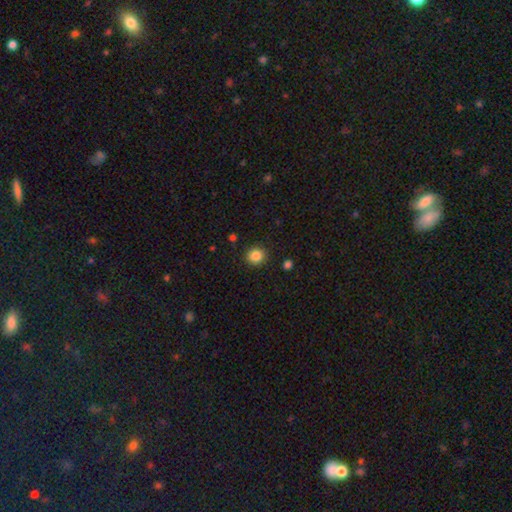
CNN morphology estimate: Q: Smooth or featured?
A: smooth (86%); runner-up: star or artifact (10%)
Q: How rounded?
A: round (88%); runner-up: in between (11%)
Q: Merging?
A: none (91%); runner-up: minor disturbance (6%)